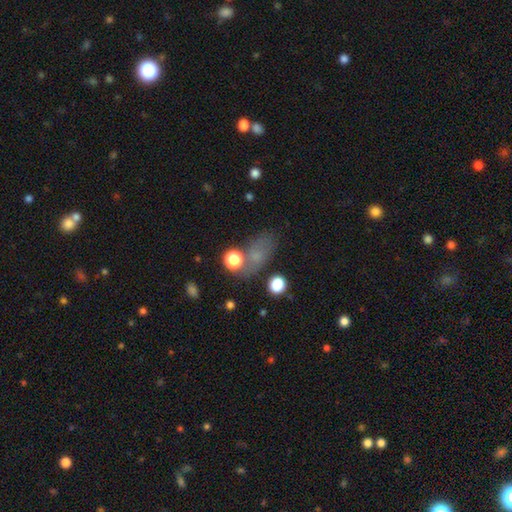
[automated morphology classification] type=smooth (59%); roundness=in between (69%); merging=none (59%).